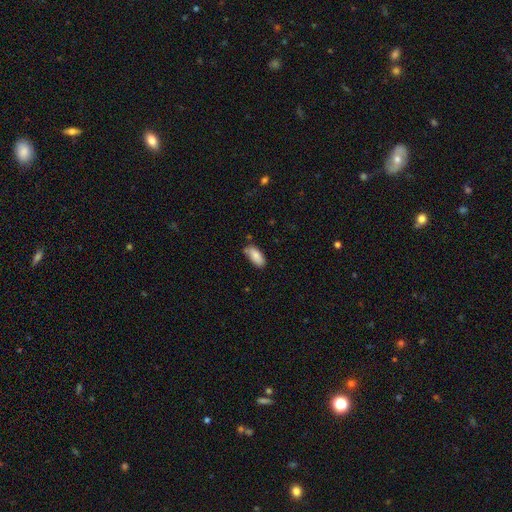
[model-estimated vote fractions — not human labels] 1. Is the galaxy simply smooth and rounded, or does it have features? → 86% smooth, 7% featured or disk, 7% star or artifact.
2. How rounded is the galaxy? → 88% in between, 10% cigar-shaped, 2% round.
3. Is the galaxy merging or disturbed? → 67% none, 25% minor disturbance, 4% merger, 4% major disturbance.